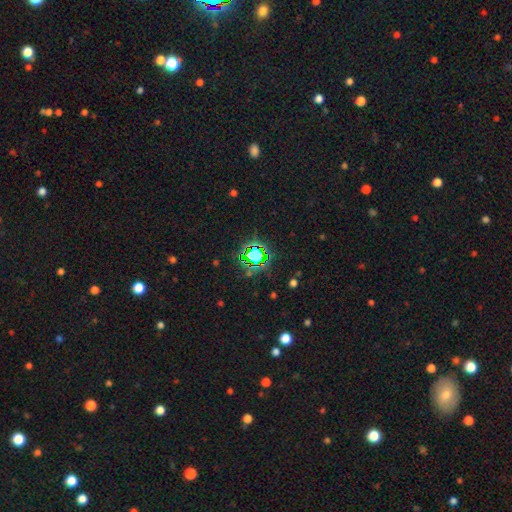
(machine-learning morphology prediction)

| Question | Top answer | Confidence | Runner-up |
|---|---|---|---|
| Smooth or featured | star or artifact | 75% | smooth (16%) |